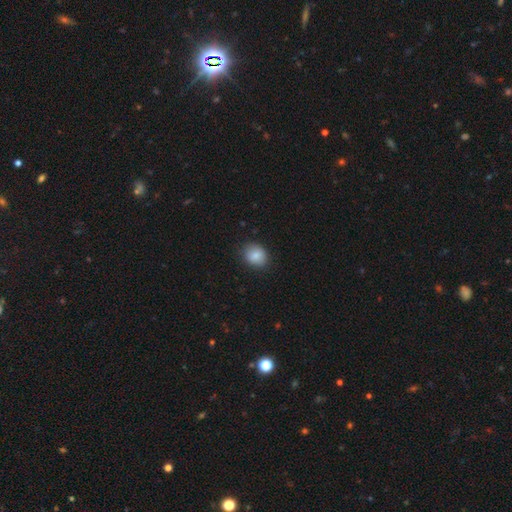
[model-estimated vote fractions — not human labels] Morphology: type=smooth (84%); roundness=round (61%); merging=none (83%).